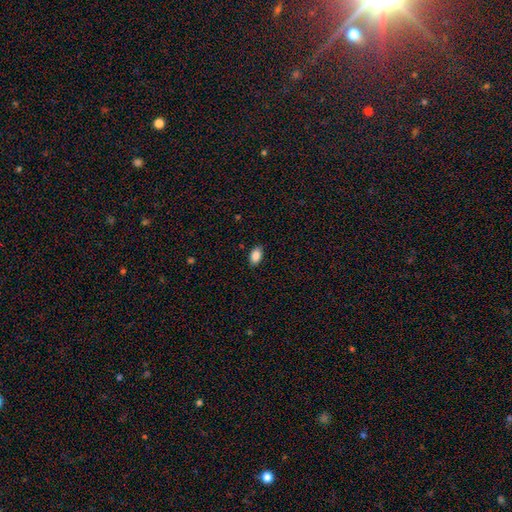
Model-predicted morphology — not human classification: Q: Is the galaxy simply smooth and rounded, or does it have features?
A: smooth — 88%.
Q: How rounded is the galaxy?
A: in between — 91%.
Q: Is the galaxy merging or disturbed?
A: none — 87%.